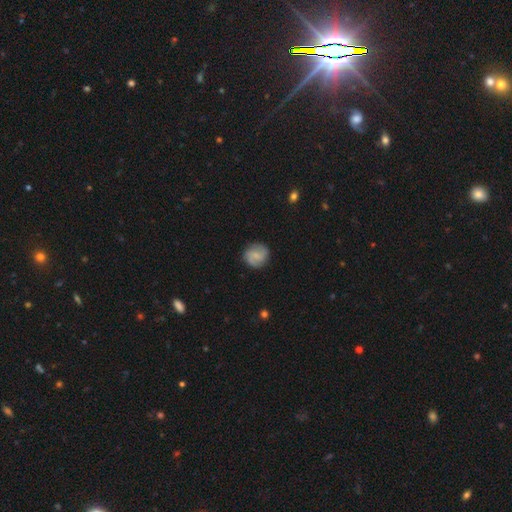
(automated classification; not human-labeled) smooth-or-featured: smooth: 49% | featured or disk: 43% | star or artifact: 8%
  merging: none: 84% | minor disturbance: 11% | major disturbance: 3% | merger: 1%